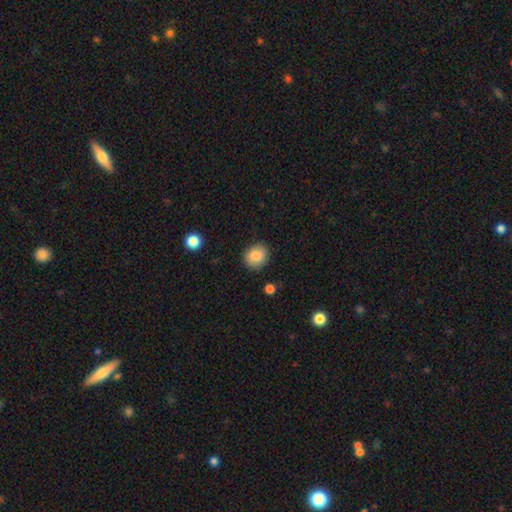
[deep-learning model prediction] Morphology: type=smooth (84%); roundness=round (69%); merging=none (87%).